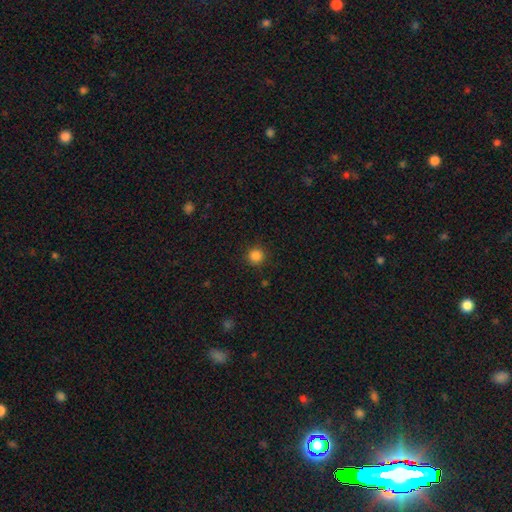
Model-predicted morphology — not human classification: type=smooth (84%); roundness=round (96%); merging=none (91%).